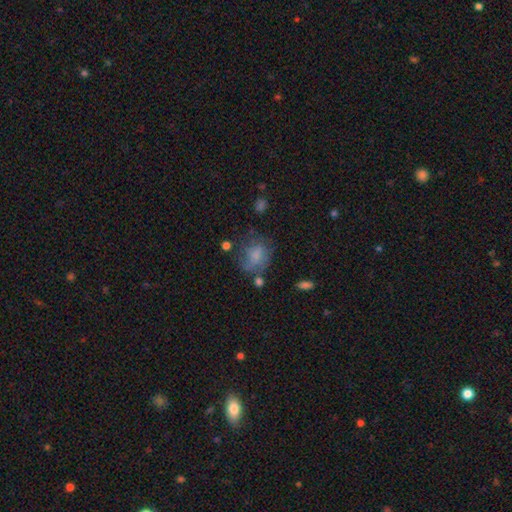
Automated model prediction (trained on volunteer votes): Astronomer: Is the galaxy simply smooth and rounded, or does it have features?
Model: smooth — 66%.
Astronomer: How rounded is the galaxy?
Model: in between — 51% (runner-up: round, 47%).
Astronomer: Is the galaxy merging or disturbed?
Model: none — 46% (runner-up: minor disturbance, 26%).